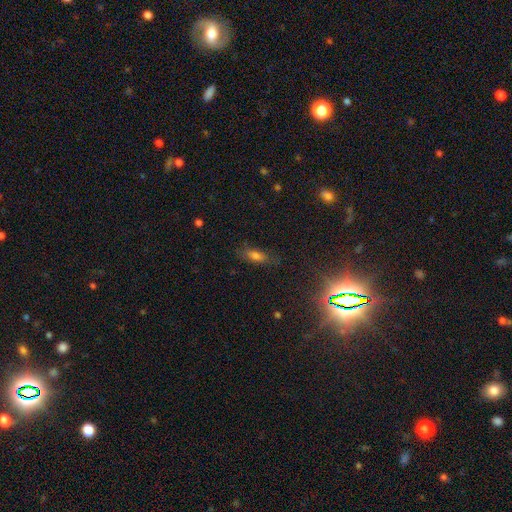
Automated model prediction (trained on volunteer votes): Morphology: type=smooth (68%); roundness=in between (68%); merging=none (76%).